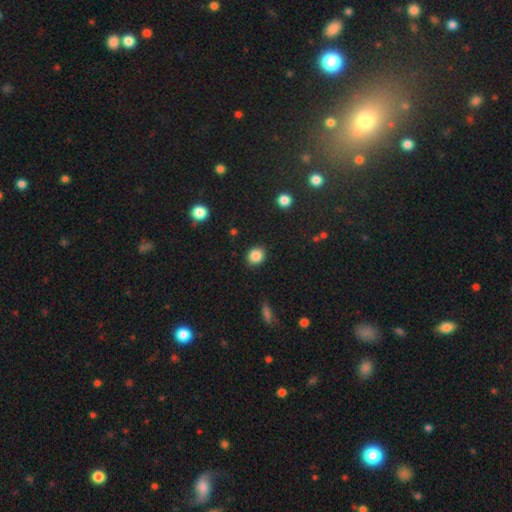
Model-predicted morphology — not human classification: Smooth or featured? smooth (86%)
How rounded? round (69%)
Merging? none (88%)